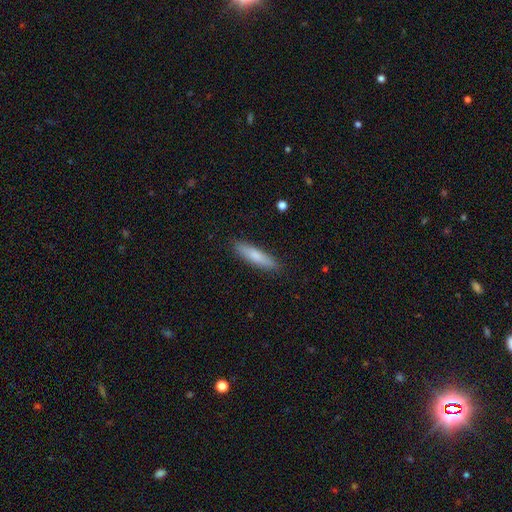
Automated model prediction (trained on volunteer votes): Overall: smooth (76%). How rounded: cigar-shaped (79%). Merging: none (89%).